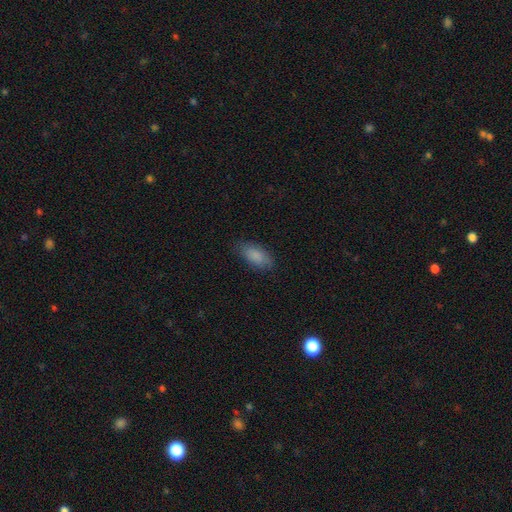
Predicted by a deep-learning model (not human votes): A smooth galaxy with no disk features (86%) that is in between round and cigar-shaped (90%).

Vote fractions:
- Smooth or featured? smooth: 86% / featured or disk: 8% / star or artifact: 7%
- How rounded? in between: 90% / cigar-shaped: 7% / round: 3%
- Merging? none: 79% / minor disturbance: 16% / major disturbance: 4% / merger: 1%